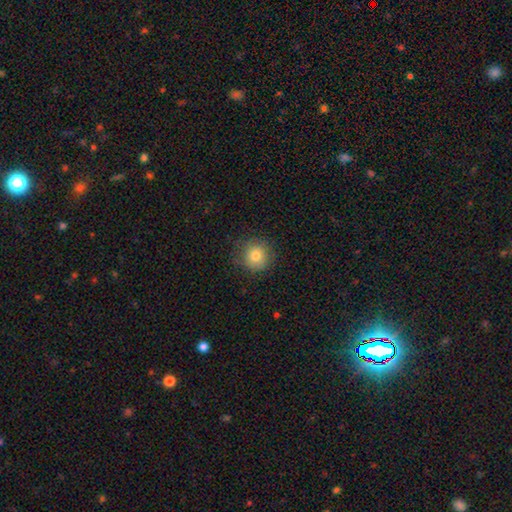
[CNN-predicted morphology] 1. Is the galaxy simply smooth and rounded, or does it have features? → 79% smooth, 11% star or artifact, 9% featured or disk.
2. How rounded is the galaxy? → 92% round, 7% in between, 1% cigar-shaped.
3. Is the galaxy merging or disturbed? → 82% none, 13% minor disturbance, 4% major disturbance, 1% merger.